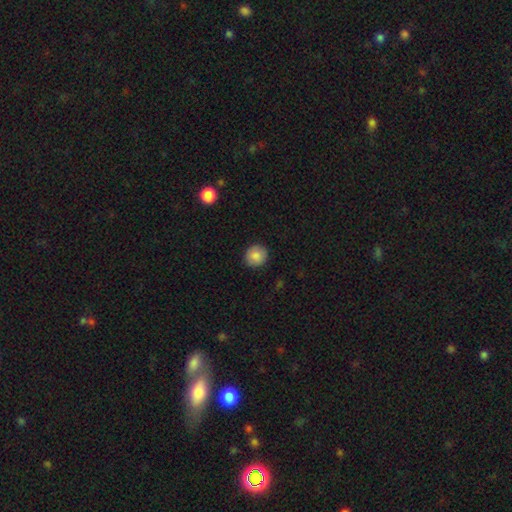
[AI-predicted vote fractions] Smooth or featured? Predicted: smooth (p=0.86). How rounded? Predicted: round (p=0.88). Merging? Predicted: none (p=0.90).